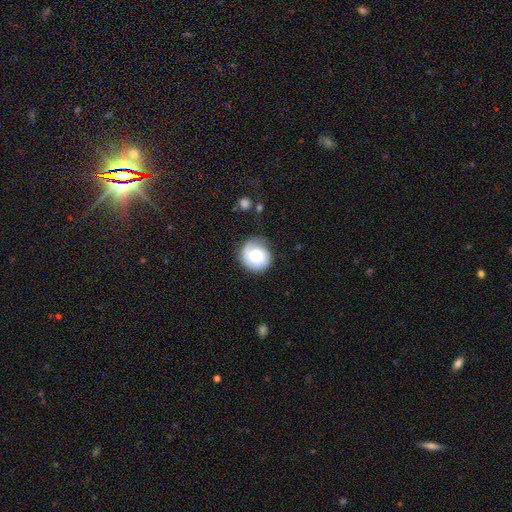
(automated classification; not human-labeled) Overall: smooth (50%; featured or disk 43%). Merging: none (69%).